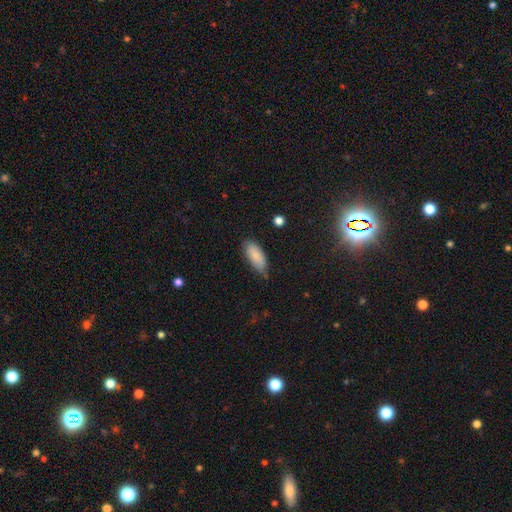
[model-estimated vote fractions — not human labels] Smooth or featured? smooth (85%)
How rounded? in between (83%)
Merging? none (65%)